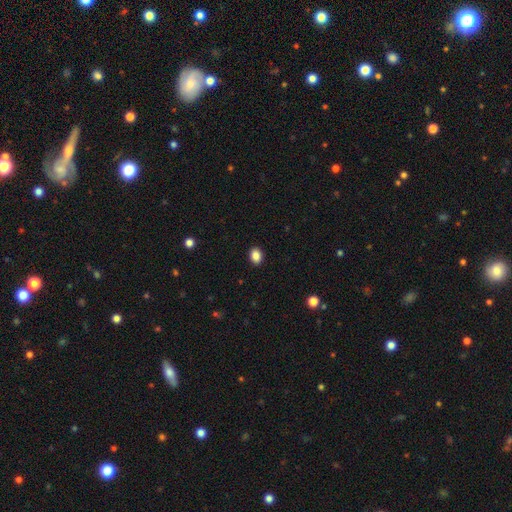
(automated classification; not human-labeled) A smooth galaxy with no disk features (87%) that is in between round and cigar-shaped (67%). Merging: none (91%).